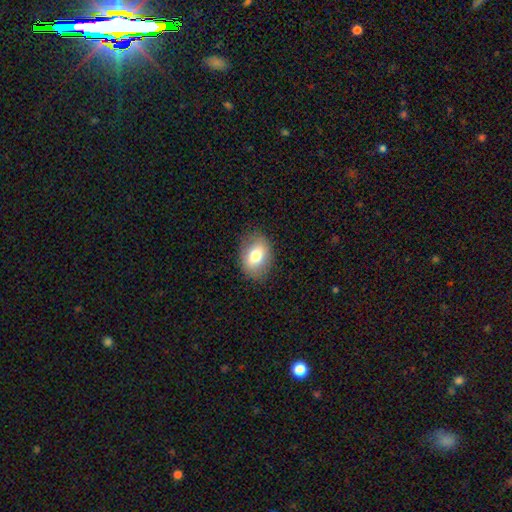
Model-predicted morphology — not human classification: smooth-or-featured: smooth: 72% | featured or disk: 20% | star or artifact: 8%
  how-rounded: in between: 75% | round: 24% | cigar-shaped: 1%
  merging: none: 84% | minor disturbance: 12% | major disturbance: 3% | merger: 1%